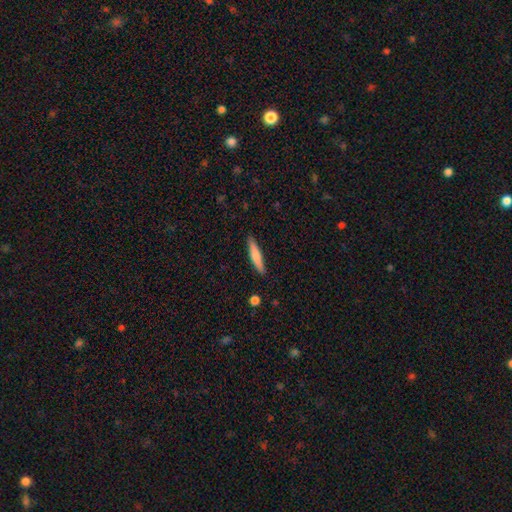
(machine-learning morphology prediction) Smooth or featured? smooth (70%)
How rounded? cigar-shaped (89%)
Merging? none (90%)